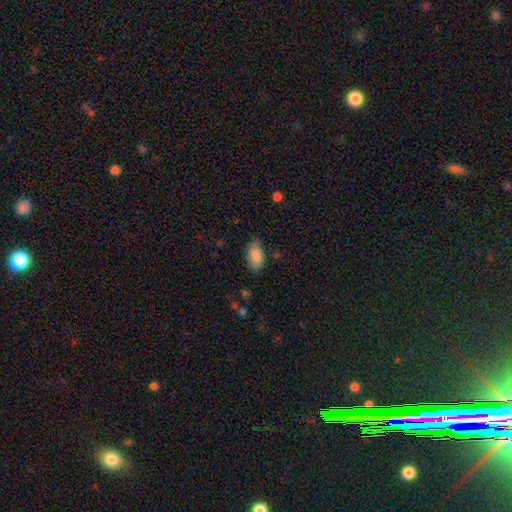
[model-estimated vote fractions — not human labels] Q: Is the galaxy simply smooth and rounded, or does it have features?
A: smooth — 87%.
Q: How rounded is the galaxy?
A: in between — 92%.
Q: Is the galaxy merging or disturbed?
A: none — 75%.